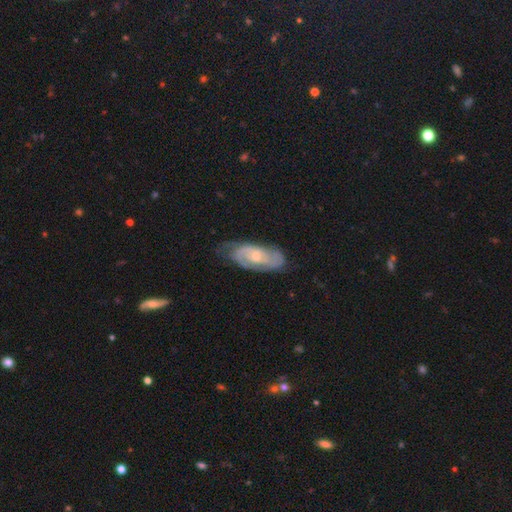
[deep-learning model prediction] This is clearly a featured or disk galaxy (82%). It is clearly not viewed edge-on (94%). Bar: possibly no (60%). Spiral arm pattern: clearly yes (94%). Spiral arm count: likely 2 (61%). Spiral winding: possibly tight (53%). Central bulge: possibly small (57%). Merging: likely none (67%).